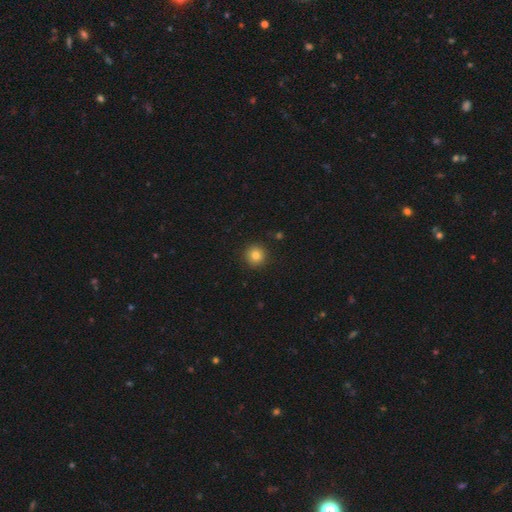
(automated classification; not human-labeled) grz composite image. It shows a smooth galaxy with no disk features (81%) that is round (95%). Merging: none (91%).